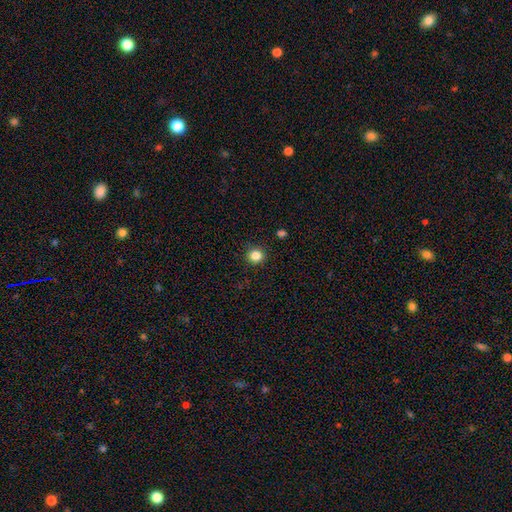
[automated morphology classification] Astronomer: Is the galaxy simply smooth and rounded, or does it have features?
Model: smooth — 84%.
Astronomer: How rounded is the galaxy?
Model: round — 91%.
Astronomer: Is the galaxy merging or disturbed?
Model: none — 91%.